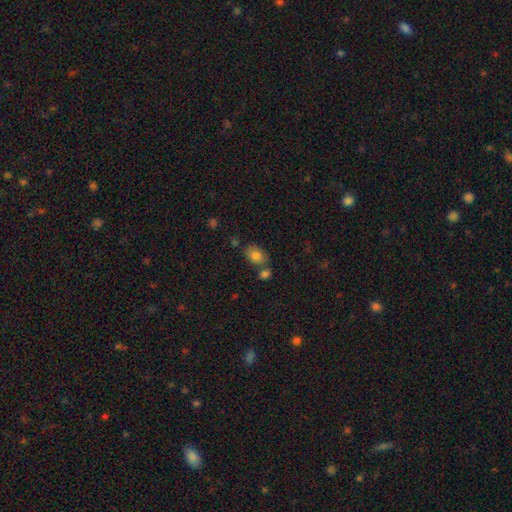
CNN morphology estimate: The model was most divided on "merging": none: 58%, merger: 23%, minor disturbance: 15%, major disturbance: 5%. More confident: smooth or featured — smooth (81%); how rounded — in between (79%).